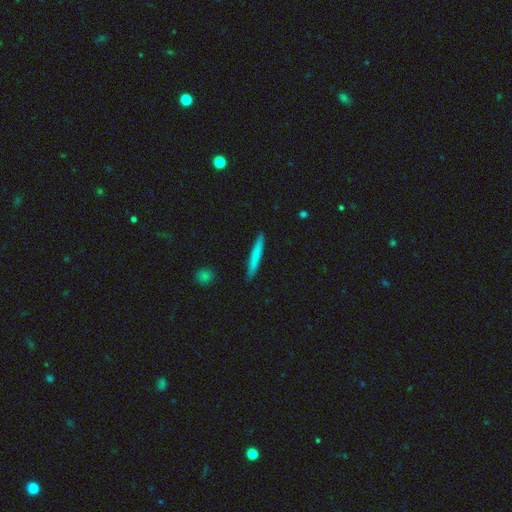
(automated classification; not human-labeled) smooth-or-featured: smooth: 74% | featured or disk: 20% | star or artifact: 6%
  how-rounded: cigar-shaped: 96% | in between: 3% | round: 1%
  merging: none: 91% | minor disturbance: 6% | major disturbance: 1% | merger: 1%